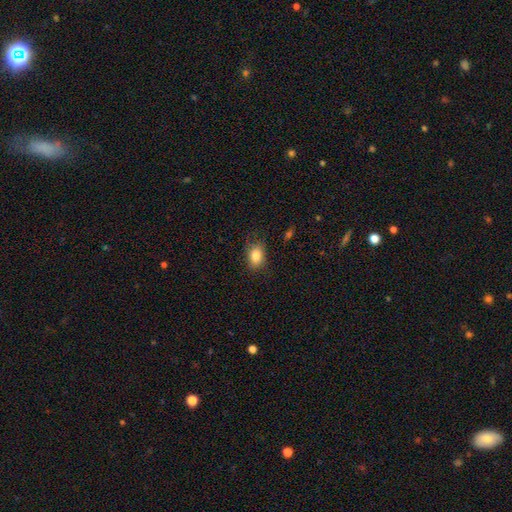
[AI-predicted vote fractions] smooth_or_featured: smooth (p=0.83) [alt: star or artifact p=0.09]
how_rounded: in between (p=0.78) [alt: round p=0.21]
merging: none (p=0.74) [alt: minor disturbance p=0.19]